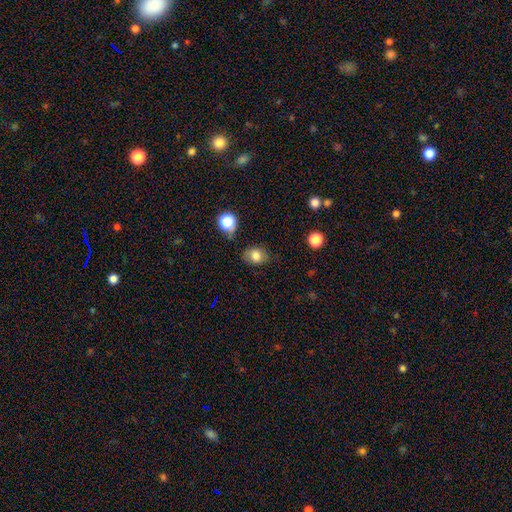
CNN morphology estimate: Q: Smooth or featured?
A: smooth (78%); runner-up: star or artifact (11%)
Q: How rounded?
A: in between (51%); runner-up: round (48%)
Q: Merging?
A: none (71%); runner-up: minor disturbance (21%)